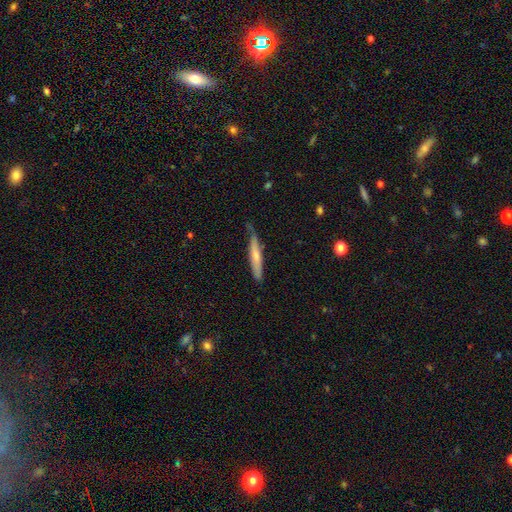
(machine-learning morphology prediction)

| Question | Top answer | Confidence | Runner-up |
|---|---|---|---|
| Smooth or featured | smooth | 60% | featured or disk (34%) |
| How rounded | cigar-shaped | 92% | in between (7%) |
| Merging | none | 67% | minor disturbance (27%) |